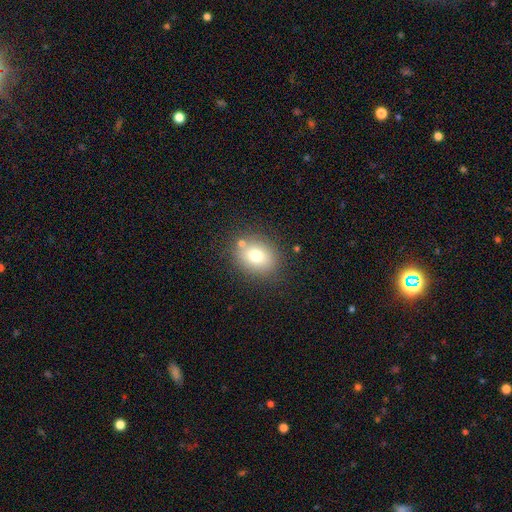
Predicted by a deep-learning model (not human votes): Overall: smooth (74%). How rounded: round (51%; in between 48%). Merging: none (78%).